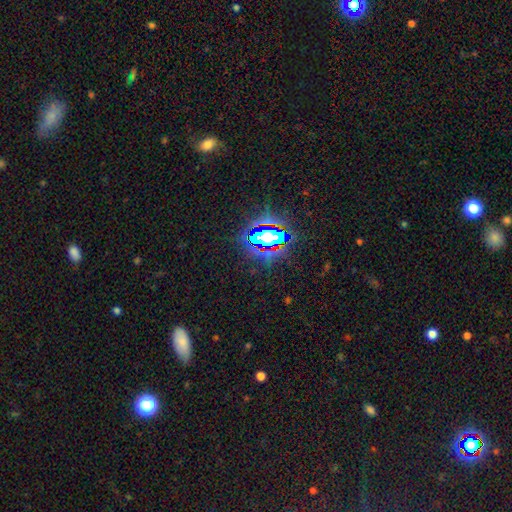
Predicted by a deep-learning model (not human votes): star or artifact 79%, smooth 13%, featured or disk 8%.